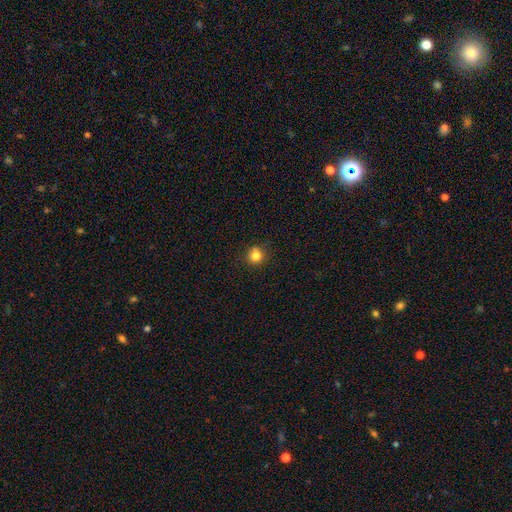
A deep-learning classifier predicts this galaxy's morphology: smooth 81%, star or artifact 13%, featured or disk 6%. Down the decision tree: how rounded — round (91%); merging — none (84%).